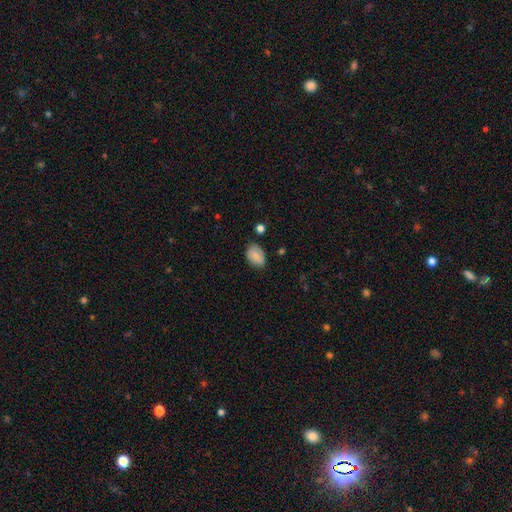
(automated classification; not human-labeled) Q: Smooth or featured?
A: smooth (78%); runner-up: featured or disk (14%)
Q: How rounded?
A: in between (80%); runner-up: round (19%)
Q: Merging?
A: none (74%); runner-up: minor disturbance (19%)